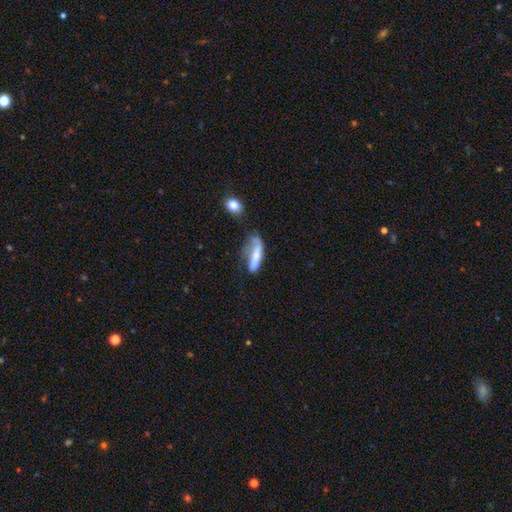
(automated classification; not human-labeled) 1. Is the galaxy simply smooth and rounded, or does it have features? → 61% smooth, 32% featured or disk, 7% star or artifact.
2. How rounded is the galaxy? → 57% cigar-shaped, 41% in between, 2% round.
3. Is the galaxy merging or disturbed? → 35% none, 32% minor disturbance, 23% major disturbance, 10% merger.